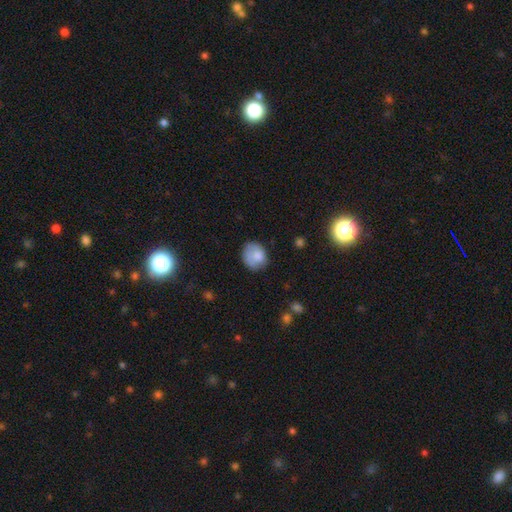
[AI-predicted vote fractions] Smooth or featured? Predicted: smooth (p=0.80). How rounded? Predicted: round (p=0.57). Merging? Predicted: none (p=0.63).